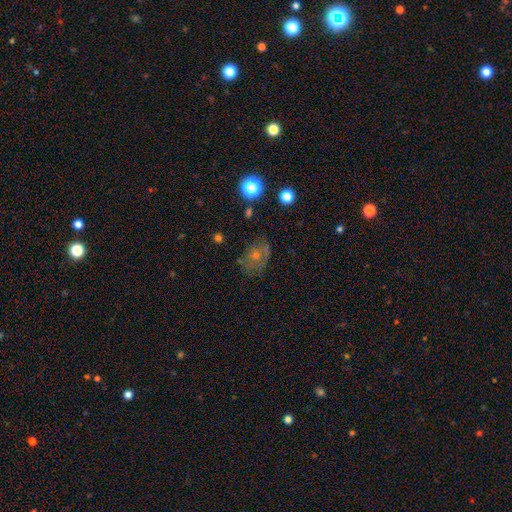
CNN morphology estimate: This is marginally a smooth galaxy (41%). Merging: likely none (65%).